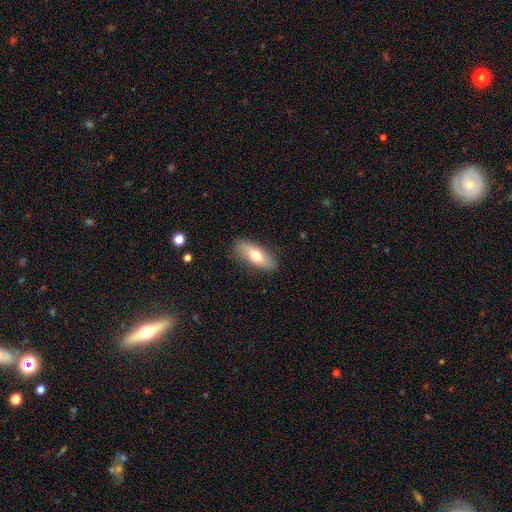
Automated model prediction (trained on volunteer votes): The model was most divided on "smooth or featured": smooth: 69%, featured or disk: 25%, star or artifact: 6%. More confident: merging — none (86%); how rounded — in between (76%).